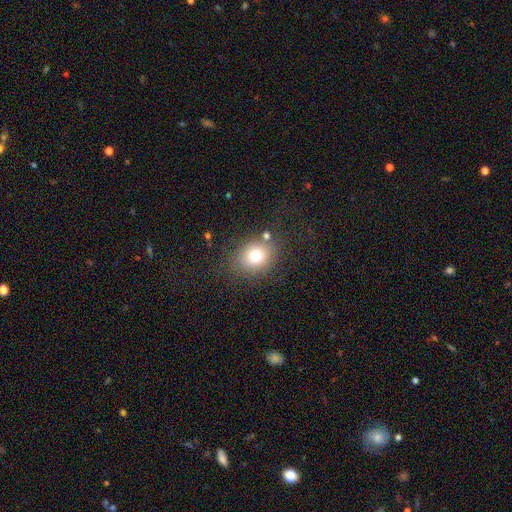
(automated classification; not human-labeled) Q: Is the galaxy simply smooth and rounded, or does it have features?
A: smooth — 76%.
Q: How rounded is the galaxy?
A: round — 55%.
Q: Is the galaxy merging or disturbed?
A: none — 76%.